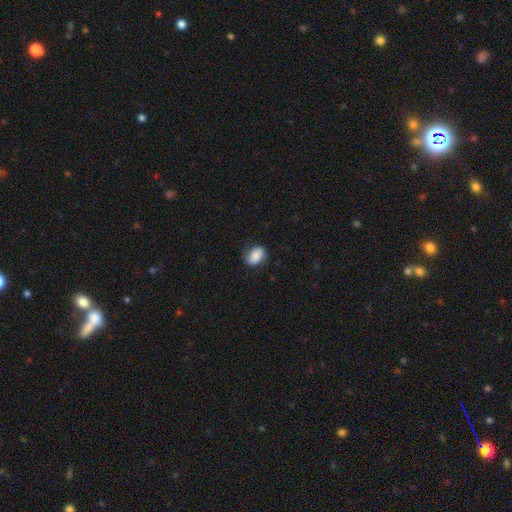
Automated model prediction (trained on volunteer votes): A smooth galaxy with no disk features (80%) that is in between round and cigar-shaped (76%).

Vote fractions:
- Smooth or featured? smooth: 80% / featured or disk: 13% / star or artifact: 8%
- How rounded? in between: 76% / round: 22% / cigar-shaped: 1%
- Merging? none: 76% / minor disturbance: 18% / major disturbance: 5% / merger: 1%